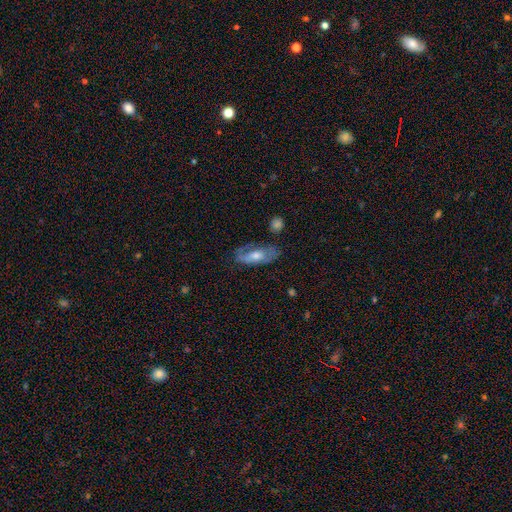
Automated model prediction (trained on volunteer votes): This appears to be a featured or disk galaxy (56%). Merging: none (63%).